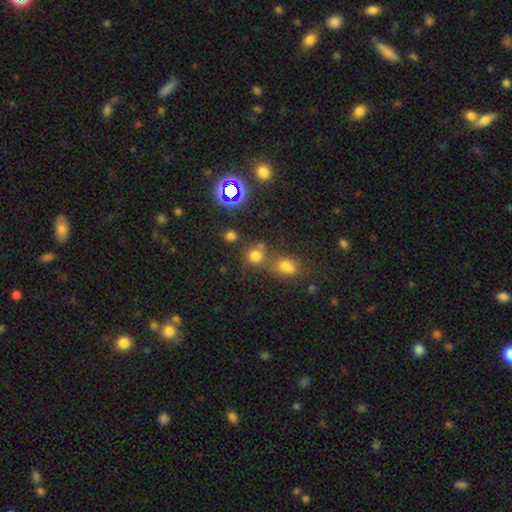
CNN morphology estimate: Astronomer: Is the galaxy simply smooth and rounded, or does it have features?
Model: smooth — 69%.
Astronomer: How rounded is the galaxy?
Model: round — 79%.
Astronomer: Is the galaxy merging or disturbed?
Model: none — 59%.